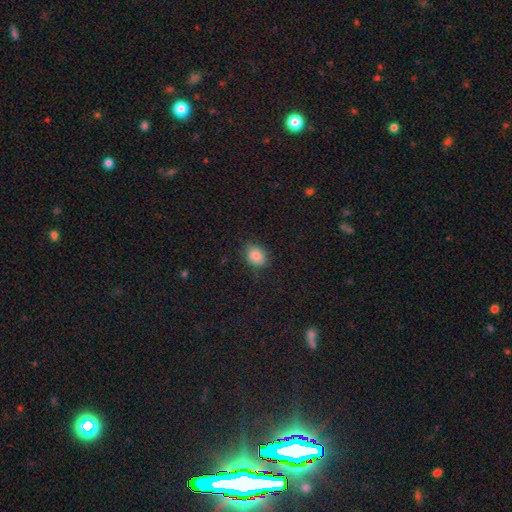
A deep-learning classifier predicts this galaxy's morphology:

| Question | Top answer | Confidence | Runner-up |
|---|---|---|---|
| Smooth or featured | smooth | 85% | star or artifact (9%) |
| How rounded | in between | 67% | round (32%) |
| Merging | none | 78% | minor disturbance (16%) |